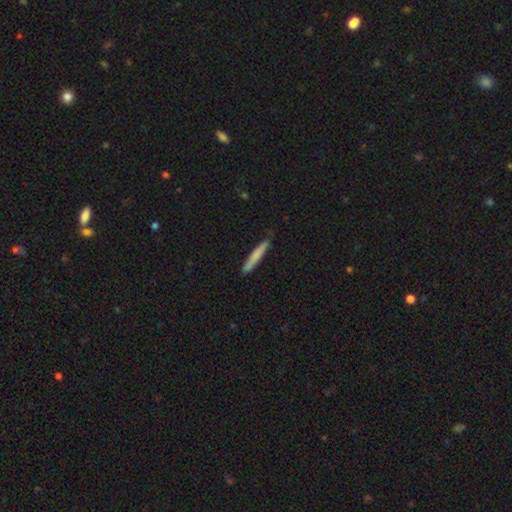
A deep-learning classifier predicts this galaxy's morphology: Smooth or featured? Predicted: smooth (p=0.74). How rounded? Predicted: cigar-shaped (p=0.95). Merging? Predicted: none (p=0.86).